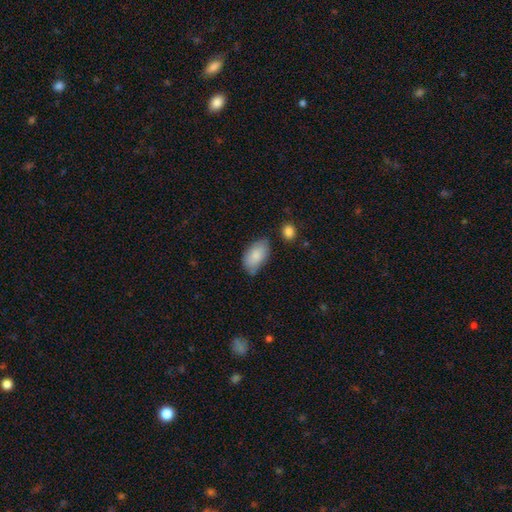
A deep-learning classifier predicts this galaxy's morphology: This is clearly a smooth galaxy (83%). How rounded: clearly in between (94%). Merging: likely none (63%).